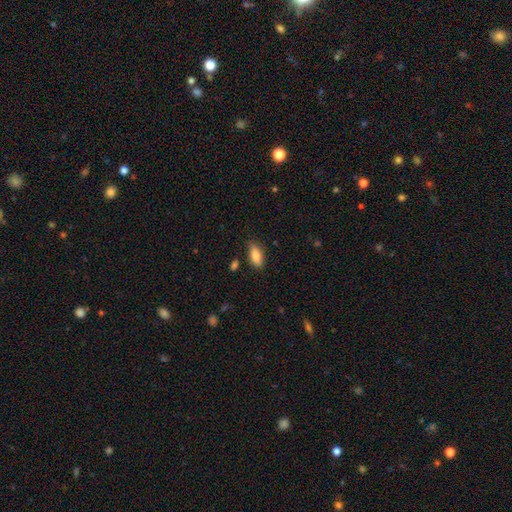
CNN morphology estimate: A smooth galaxy with no disk features (82%) that is in between round and cigar-shaped (84%). Merging: none (74%).